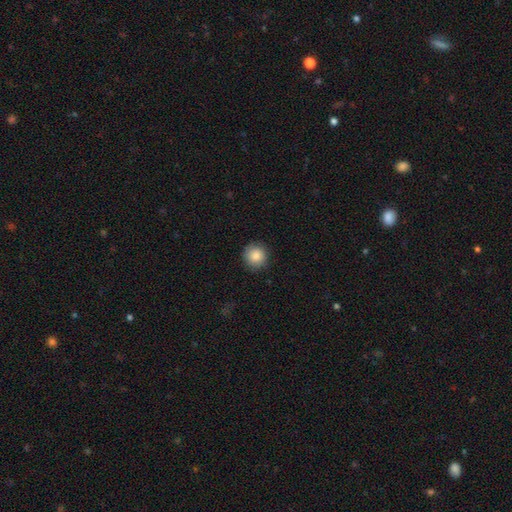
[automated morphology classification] Overall: smooth (86%). How rounded: round (93%). Merging: none (88%).